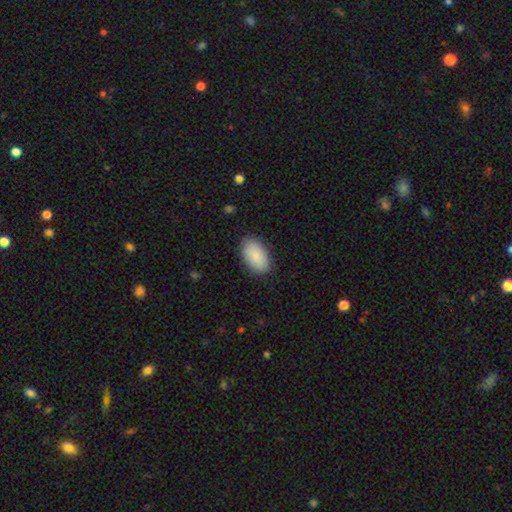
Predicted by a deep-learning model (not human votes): Smooth or featured?
  - smooth: 87% *
  - featured or disk: 7%
  - star or artifact: 6%
How rounded?
  - in between: 94% *
  - round: 4%
  - cigar-shaped: 2%
Merging?
  - none: 87% *
  - minor disturbance: 10%
  - major disturbance: 2%
  - merger: 1%